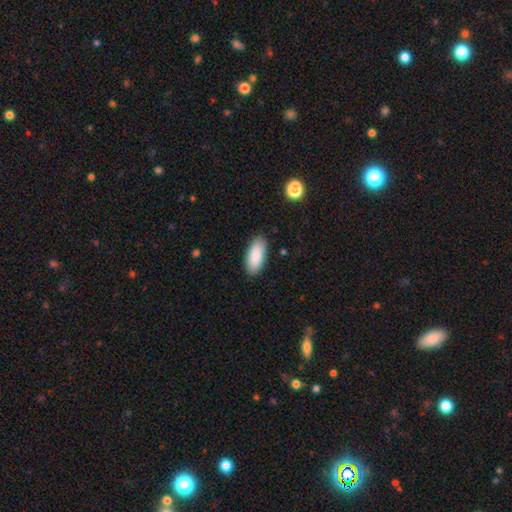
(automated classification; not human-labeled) Q: Smooth or featured?
A: smooth (89%); runner-up: star or artifact (6%)
Q: How rounded?
A: in between (89%); runner-up: cigar-shaped (9%)
Q: Merging?
A: none (87%); runner-up: minor disturbance (9%)